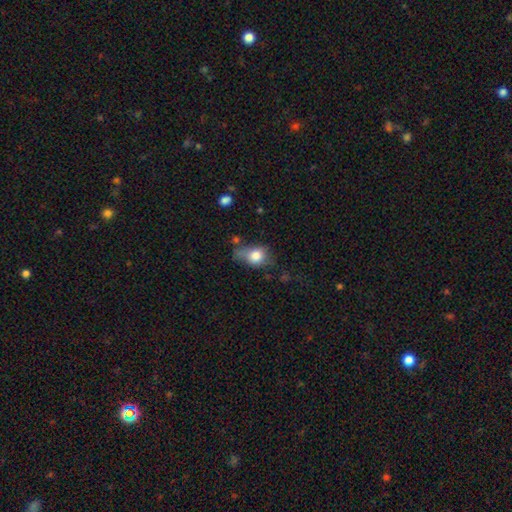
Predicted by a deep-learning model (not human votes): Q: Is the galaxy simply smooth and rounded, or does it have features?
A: smooth — 78%.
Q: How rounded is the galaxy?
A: in between — 53%.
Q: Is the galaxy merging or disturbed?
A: none — 42%.